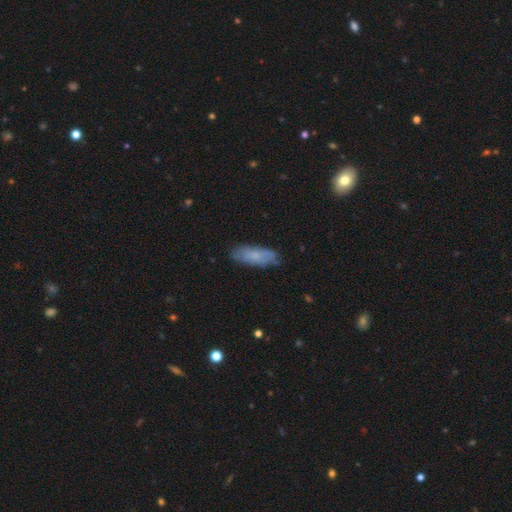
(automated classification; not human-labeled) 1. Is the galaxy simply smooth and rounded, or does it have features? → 64% smooth, 29% featured or disk, 7% star or artifact.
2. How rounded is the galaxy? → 67% in between, 31% cigar-shaped, 2% round.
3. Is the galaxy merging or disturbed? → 75% none, 19% minor disturbance, 4% major disturbance, 2% merger.